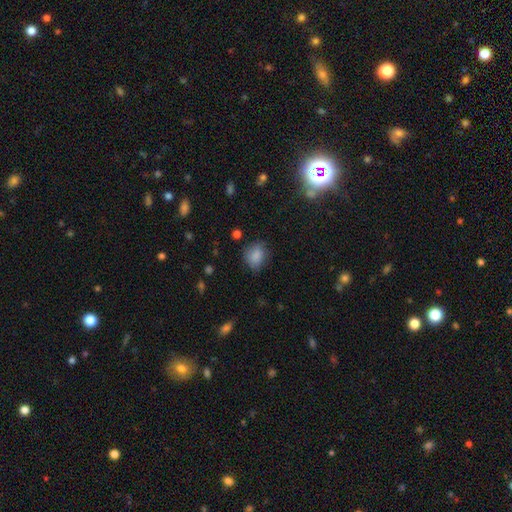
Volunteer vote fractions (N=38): Morphology: type=smooth (82%); roundness=in between (52%); merging=none (64%).